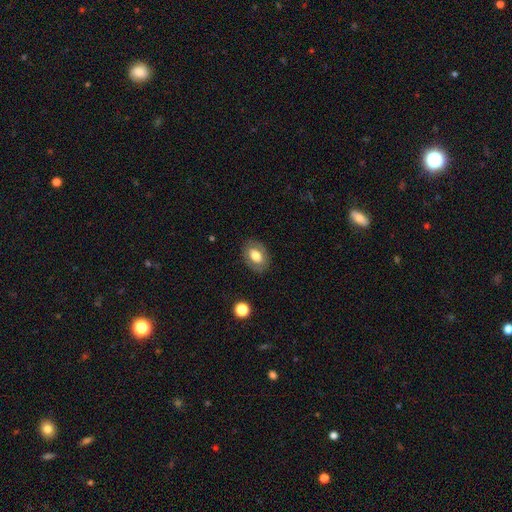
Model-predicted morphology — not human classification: A smooth galaxy with no disk features (61%) that is in between round and cigar-shaped (83%). Merging: none (82%).